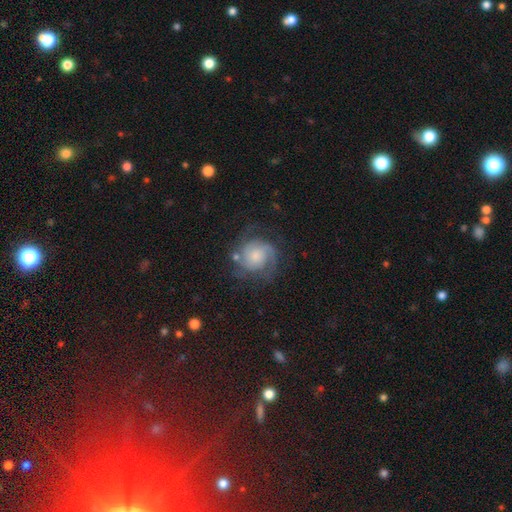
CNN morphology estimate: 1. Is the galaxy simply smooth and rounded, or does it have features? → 79% featured or disk, 15% smooth, 6% star or artifact.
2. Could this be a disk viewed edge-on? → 98% no, 2% yes.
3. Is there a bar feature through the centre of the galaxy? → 71% no, 26% weak, 4% strong.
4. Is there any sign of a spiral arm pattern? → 95% yes, 5% no.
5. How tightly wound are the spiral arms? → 46% tight, 41% medium, 12% loose.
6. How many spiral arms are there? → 59% 2, 17% 3, 13% can't tell, 5% 1, 3% 4, 3% more than 4.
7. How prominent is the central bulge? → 37% small, 36% moderate, 14% large, 10% none, 3% dominant.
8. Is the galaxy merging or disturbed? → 67% none, 18% minor disturbance, 12% major disturbance, 4% merger.